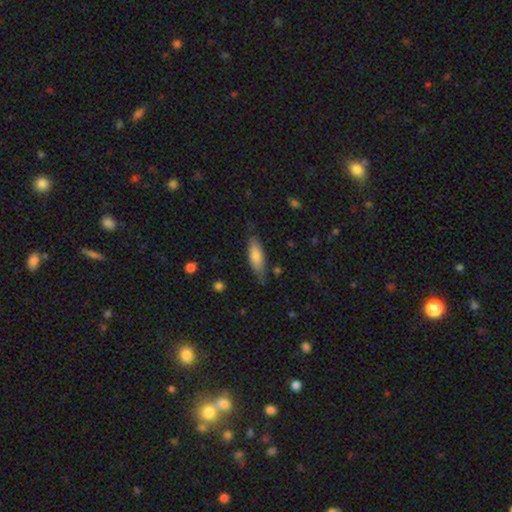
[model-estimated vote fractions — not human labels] A smooth galaxy with no disk features (75%) that is in between round and cigar-shaped (51%). Merging: none (75%).